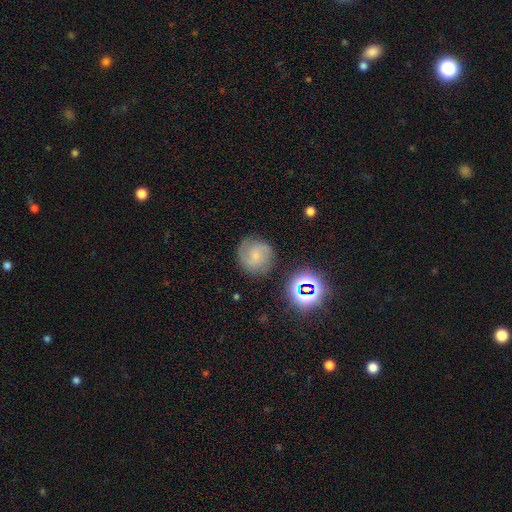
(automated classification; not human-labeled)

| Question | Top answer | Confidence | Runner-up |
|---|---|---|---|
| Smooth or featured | smooth | 46% | featured or disk (40%) |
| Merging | none | 73% | minor disturbance (17%) |